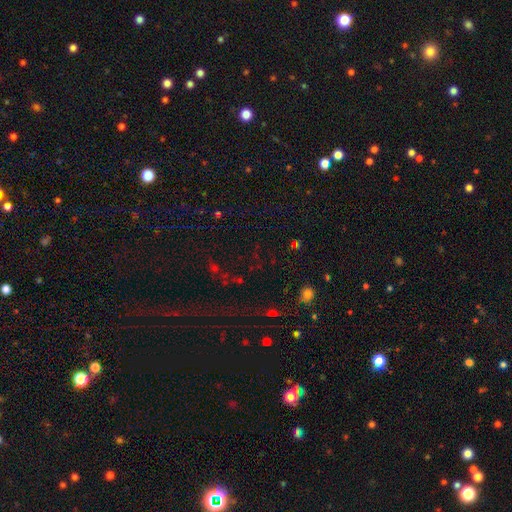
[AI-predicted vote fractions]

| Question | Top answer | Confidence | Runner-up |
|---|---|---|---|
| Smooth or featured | star or artifact | 64% | smooth (26%) |